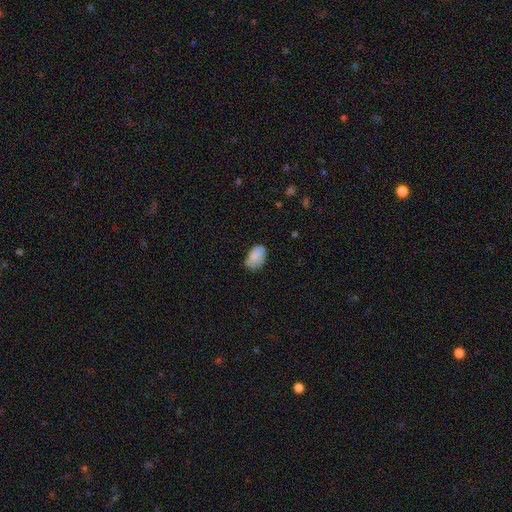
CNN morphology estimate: Q: Smooth or featured?
A: smooth (78%); runner-up: featured or disk (14%)
Q: How rounded?
A: in between (89%); runner-up: round (10%)
Q: Merging?
A: none (49%); runner-up: minor disturbance (36%)